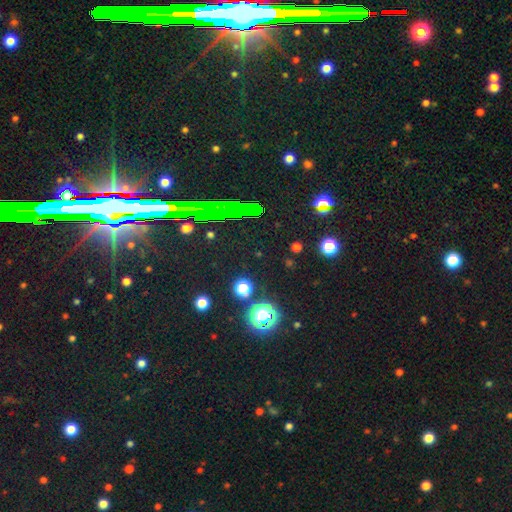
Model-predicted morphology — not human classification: This is clearly a star or artifact rather than a galaxy (80%).